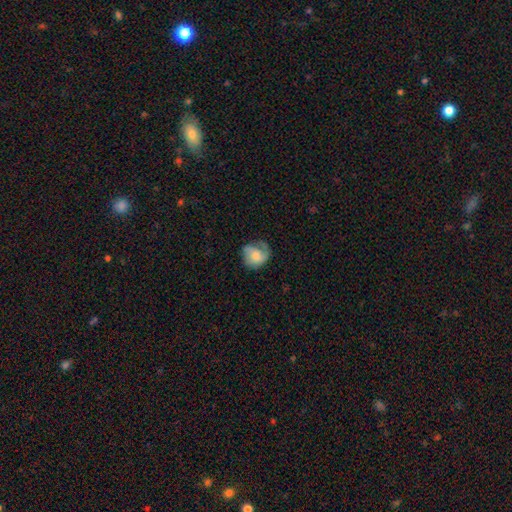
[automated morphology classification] smooth_or_featured: smooth (p=0.53) [alt: featured or disk p=0.39]
how_rounded: round (p=0.70) [alt: in between p=0.29]
merging: none (p=0.49) [alt: minor disturbance p=0.28]